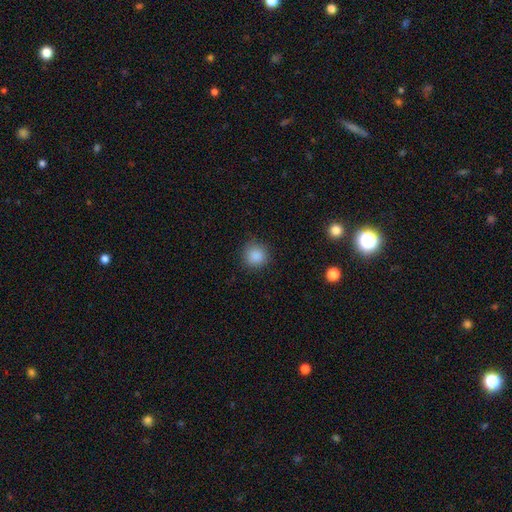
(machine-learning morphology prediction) smooth 88%, star or artifact 9%, featured or disk 3%. Down the decision tree: how rounded — round (93%); merging — none (87%).